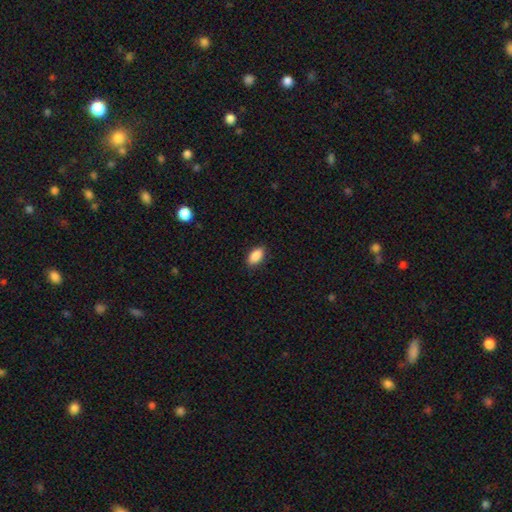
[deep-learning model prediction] The model was most divided on "merging": none: 88%, minor disturbance: 9%, major disturbance: 2%, merger: 1%. More confident: how rounded — in between (92%); smooth or featured — smooth (89%).